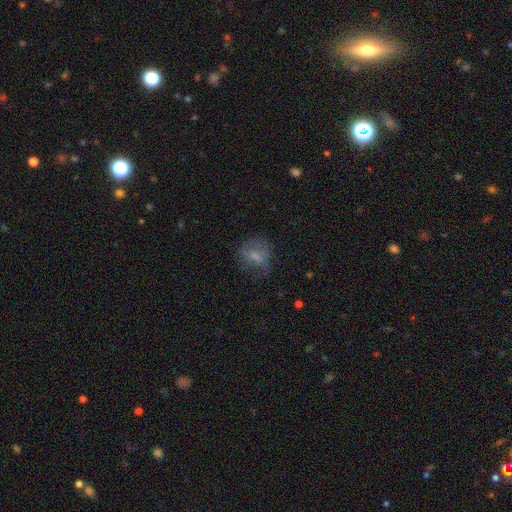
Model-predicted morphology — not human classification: This is possibly a smooth galaxy (58%). How rounded: likely round (60%). Merging: possibly none (54%).